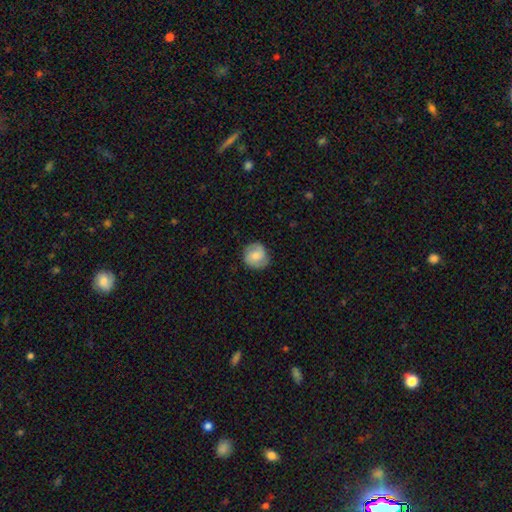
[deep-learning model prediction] A smooth galaxy with no disk features (55%) that is round (89%). Merging: none (80%).